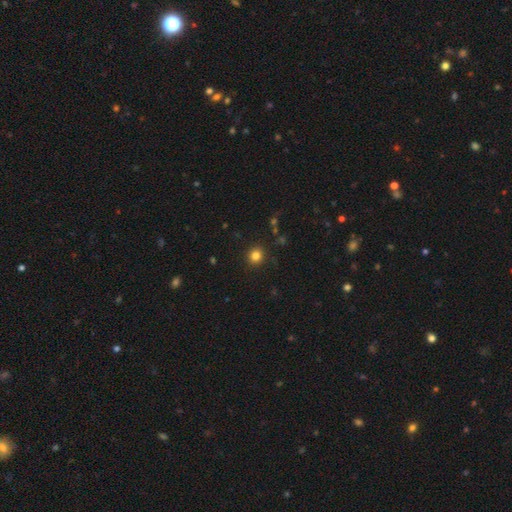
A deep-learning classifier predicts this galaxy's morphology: This appears to be a smooth galaxy with no disk features (82%) that is round (90%). Merging: none (91%).